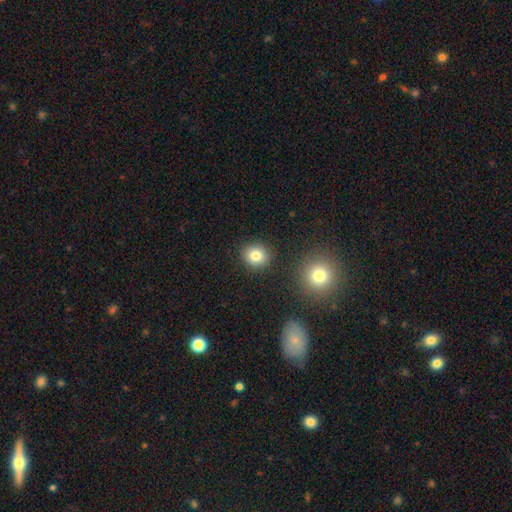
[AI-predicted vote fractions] The model was most divided on "smooth or featured": smooth: 82%, star or artifact: 11%, featured or disk: 7%. More confident: merging — none (88%); how rounded — round (87%).